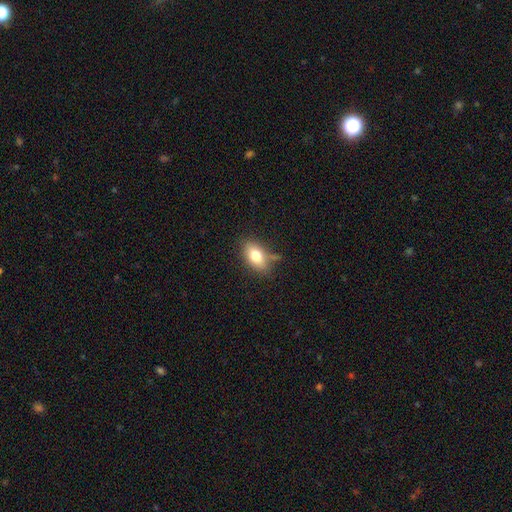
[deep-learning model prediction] Smooth or featured? Predicted: smooth (p=0.76). How rounded? Predicted: in between (p=0.86). Merging? Predicted: none (p=0.67).